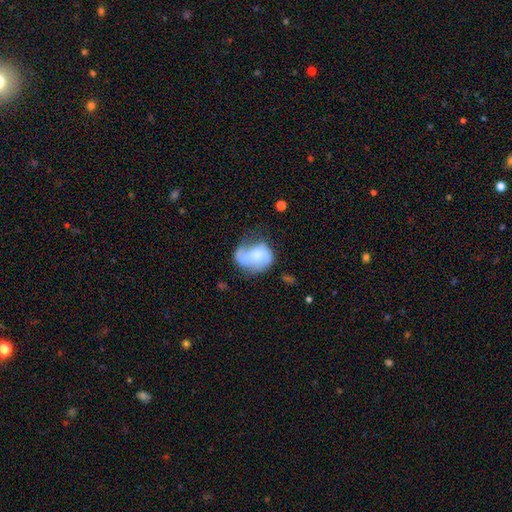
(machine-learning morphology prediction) Overall: featured or disk (64%; smooth 29%). Edge-on disk: no (97%). Bar: no (50%; weak 37%). Spiral arms: yes (84%). Spiral arm count: 2 (74%). Spiral winding: loose (45%; medium 39%). Bulge size: moderate (39%; small 31%). Merging: none (44%; minor disturbance 29%).